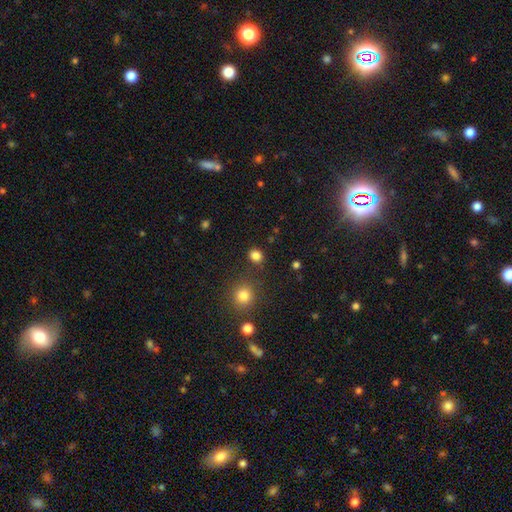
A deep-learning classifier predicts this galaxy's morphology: This is clearly a smooth galaxy (83%). How rounded: likely round (71%). Merging: clearly none (85%).